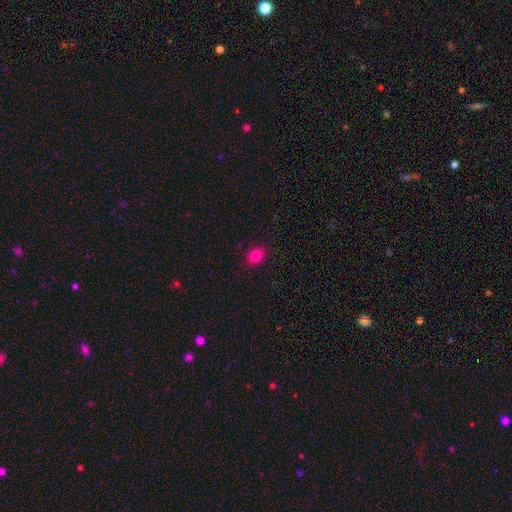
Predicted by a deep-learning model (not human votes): The model was most divided on "how rounded": round: 55%, in between: 44%, cigar-shaped: 1%. More confident: merging — none (90%); smooth or featured — smooth (83%).